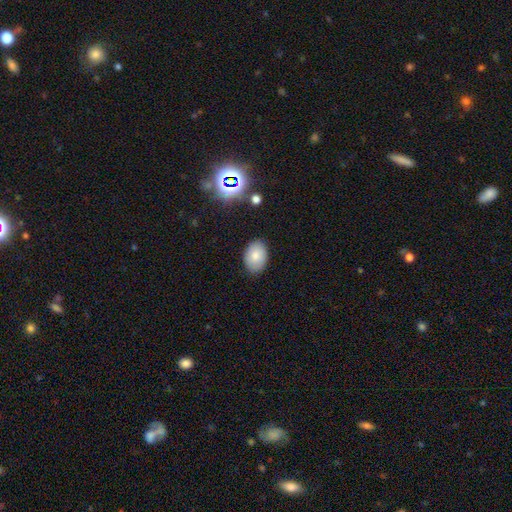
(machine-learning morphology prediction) Smooth or featured? smooth (81%)
How rounded? in between (83%)
Merging? none (85%)